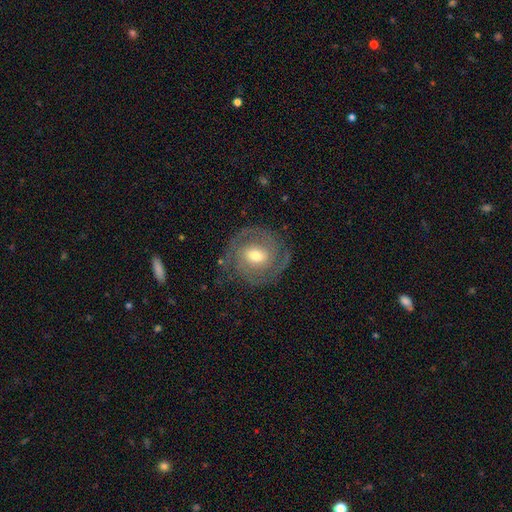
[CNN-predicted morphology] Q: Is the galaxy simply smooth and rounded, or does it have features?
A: featured or disk — 79%.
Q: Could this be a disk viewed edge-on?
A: no — 97%.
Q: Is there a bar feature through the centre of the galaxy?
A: no — 45%.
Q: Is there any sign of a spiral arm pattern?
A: yes — 91%.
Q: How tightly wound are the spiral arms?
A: tight — 60%.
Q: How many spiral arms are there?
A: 2 — 67%.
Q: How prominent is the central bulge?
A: moderate — 66%.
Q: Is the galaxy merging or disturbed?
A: none — 79%.